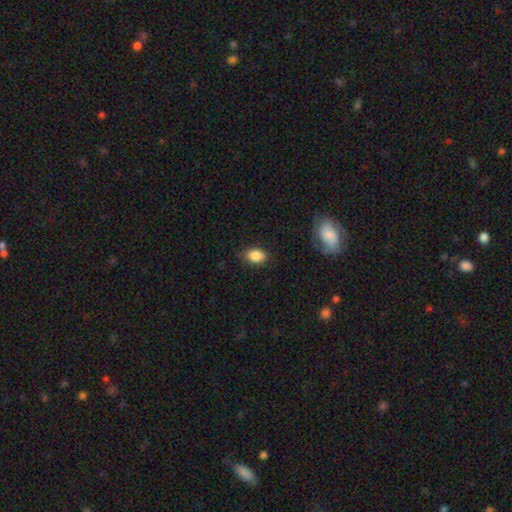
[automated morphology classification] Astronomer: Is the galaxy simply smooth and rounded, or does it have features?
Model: smooth — 87%.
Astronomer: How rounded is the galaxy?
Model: in between — 78%.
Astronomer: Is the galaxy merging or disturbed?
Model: none — 81%.